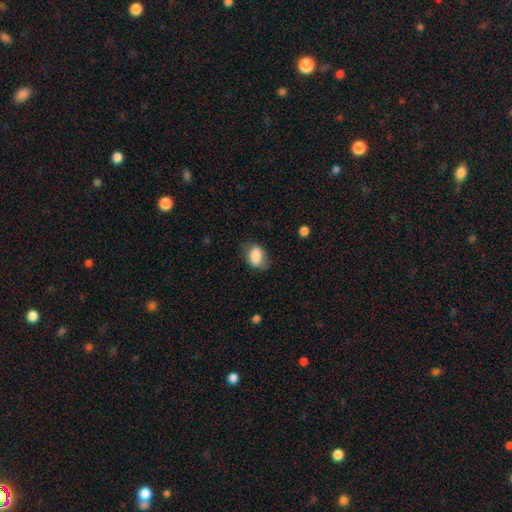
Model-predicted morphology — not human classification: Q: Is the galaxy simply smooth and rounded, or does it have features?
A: smooth — 84%.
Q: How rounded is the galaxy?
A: in between — 76%.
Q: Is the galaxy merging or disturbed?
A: none — 66%.